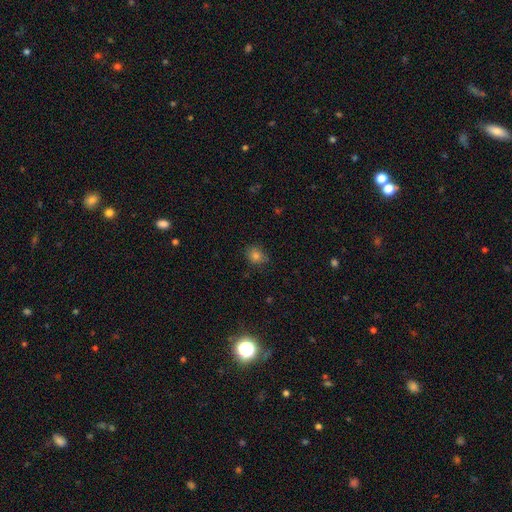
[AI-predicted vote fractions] Morphology: type=smooth (78%); roundness=round (66%); merging=none (76%).